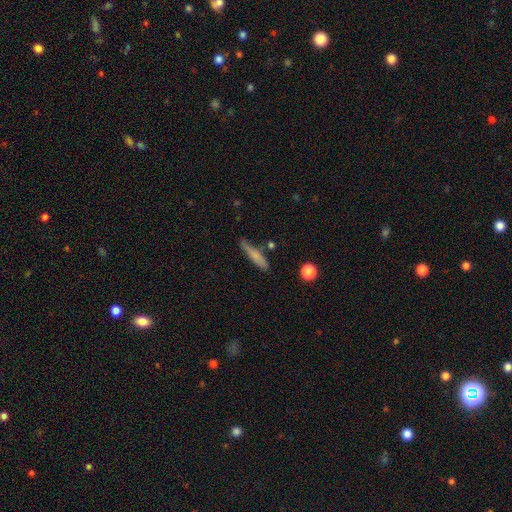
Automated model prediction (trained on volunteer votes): Q: Smooth or featured?
A: smooth (71%); runner-up: featured or disk (22%)
Q: How rounded?
A: cigar-shaped (83%); runner-up: in between (14%)
Q: Merging?
A: none (68%); runner-up: minor disturbance (21%)